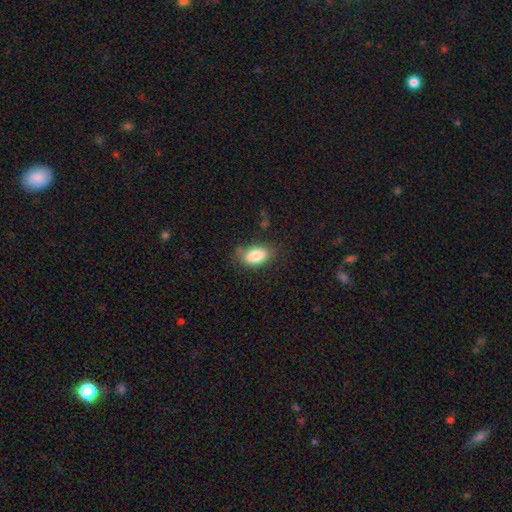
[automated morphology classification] Smooth or featured?
  - smooth: 83% *
  - featured or disk: 9%
  - star or artifact: 8%
How rounded?
  - in between: 89% *
  - round: 10%
  - cigar-shaped: 2%
Merging?
  - none: 71% *
  - minor disturbance: 20%
  - major disturbance: 5%
  - merger: 3%